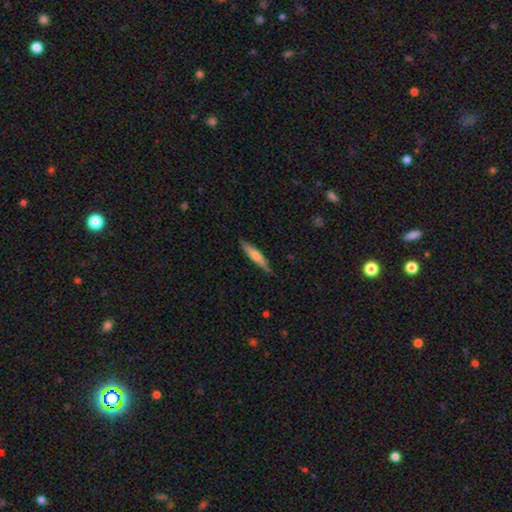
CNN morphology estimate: type=smooth (63%); roundness=cigar-shaped (89%); merging=none (85%).